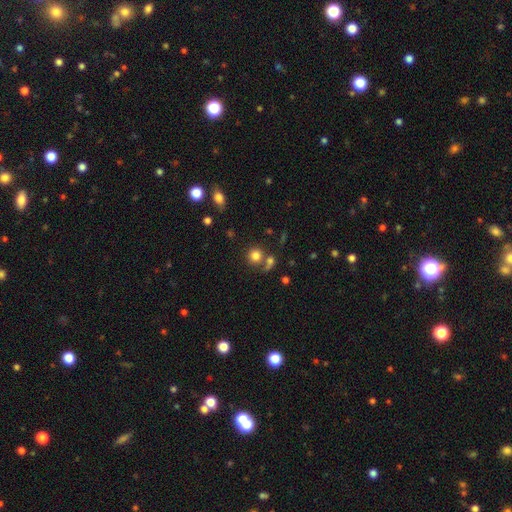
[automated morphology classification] The model was most divided on "merging": none: 61%, merger: 24%, minor disturbance: 10%, major disturbance: 5%. More confident: how rounded — round (88%); smooth or featured — smooth (79%).